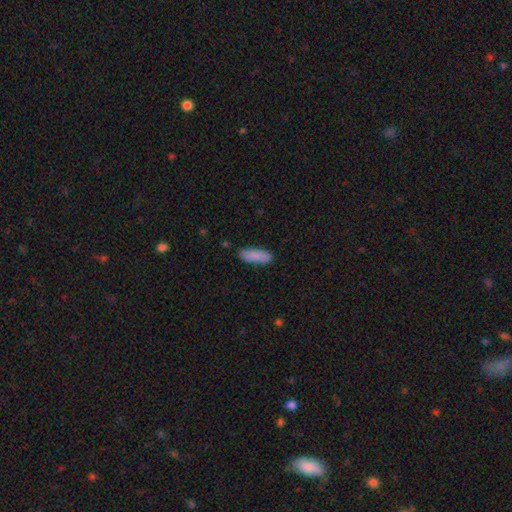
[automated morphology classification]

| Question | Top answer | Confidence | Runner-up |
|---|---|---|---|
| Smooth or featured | smooth | 88% | star or artifact (6%) |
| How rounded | in between | 61% | cigar-shaped (37%) |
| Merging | none | 82% | minor disturbance (13%) |